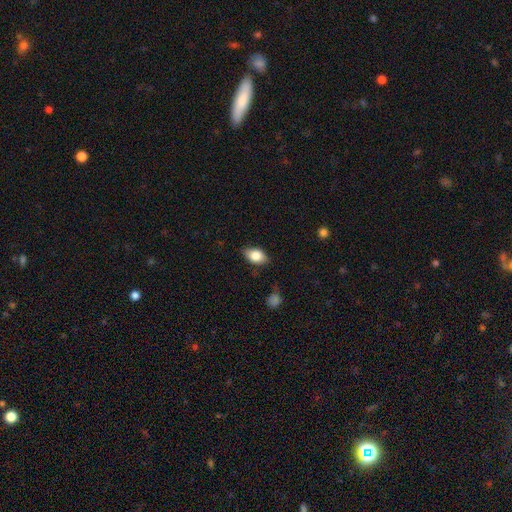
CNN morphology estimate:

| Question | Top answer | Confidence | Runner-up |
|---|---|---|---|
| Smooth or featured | smooth | 80% | featured or disk (12%) |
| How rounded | in between | 86% | round (12%) |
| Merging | none | 79% | minor disturbance (16%) |